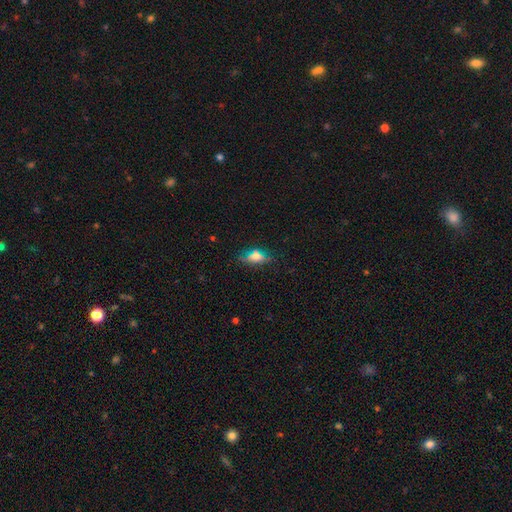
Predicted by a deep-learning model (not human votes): Smooth or featured? Predicted: smooth (p=0.58). How rounded? Predicted: in between (p=0.73). Merging? Predicted: none (p=0.67).